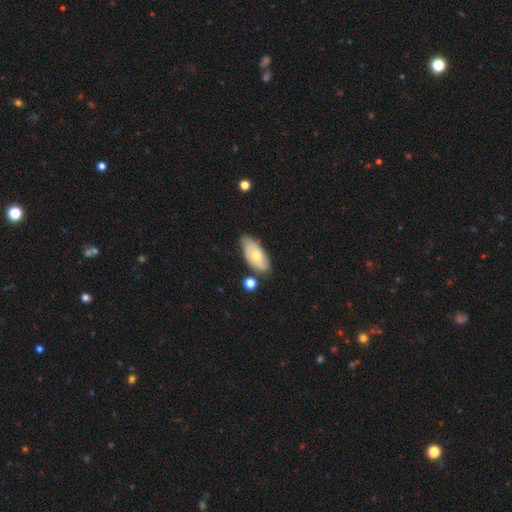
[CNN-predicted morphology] type=smooth (49%); merging=none (65%).